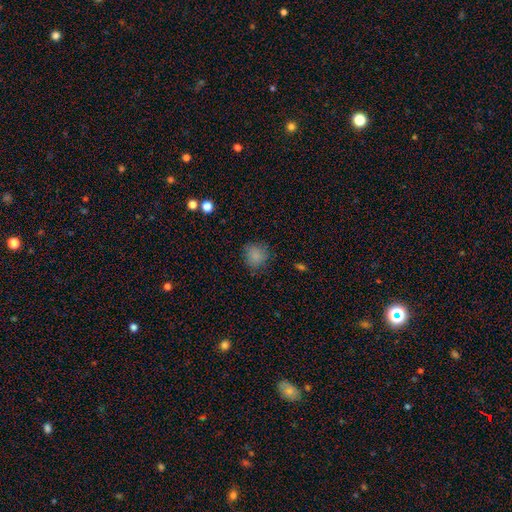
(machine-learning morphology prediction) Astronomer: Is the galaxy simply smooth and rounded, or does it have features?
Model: smooth — 82%.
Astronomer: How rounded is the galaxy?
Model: round — 83%.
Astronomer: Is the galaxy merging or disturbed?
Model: none — 77%.